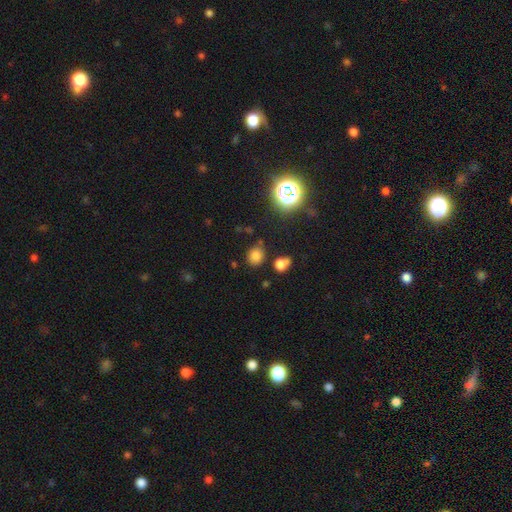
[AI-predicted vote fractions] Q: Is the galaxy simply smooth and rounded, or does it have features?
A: smooth — 74%.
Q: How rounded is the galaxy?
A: round — 67%.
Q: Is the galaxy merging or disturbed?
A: none — 75%.